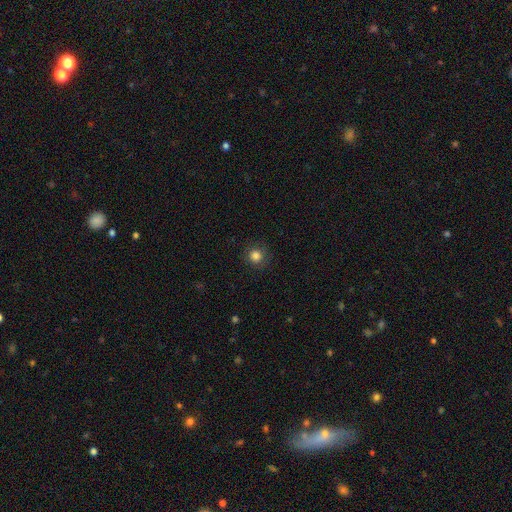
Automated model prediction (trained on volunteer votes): A smooth galaxy with no disk features (83%) that is round (92%). Merging: none (87%).